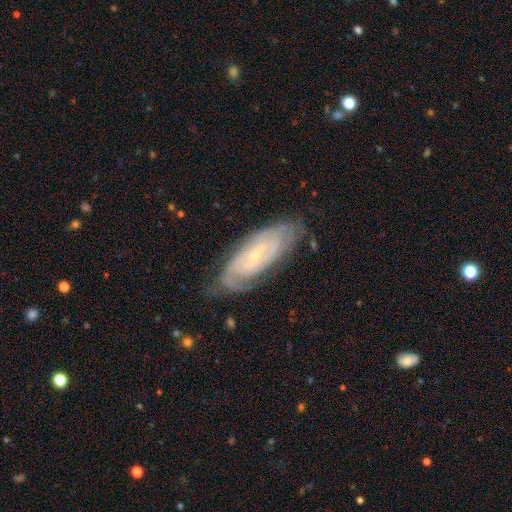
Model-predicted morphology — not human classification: Smooth or featured?
  - featured or disk: 81% *
  - smooth: 13%
  - star or artifact: 6%
Edge-on disk?
  - no: 90% *
  - yes: 10%
Bar?
  - no: 51% *
  - weak: 36%
  - strong: 14%
Spiral arms?
  - yes: 93% *
  - no: 7%
Spiral winding?
  - tight: 69% *
  - medium: 25%
  - loose: 6%
Spiral arm count?
  - can't tell: 40% *
  - 2: 34%
  - 3: 11%
  - 4: 6%
  - 1: 4%
  - more than 4: 4%
Bulge size?
  - small: 81% *
  - moderate: 15%
  - none: 2%
  - large: 1%
  - dominant: 1%
Merging?
  - none: 72% *
  - minor disturbance: 20%
  - major disturbance: 6%
  - merger: 2%